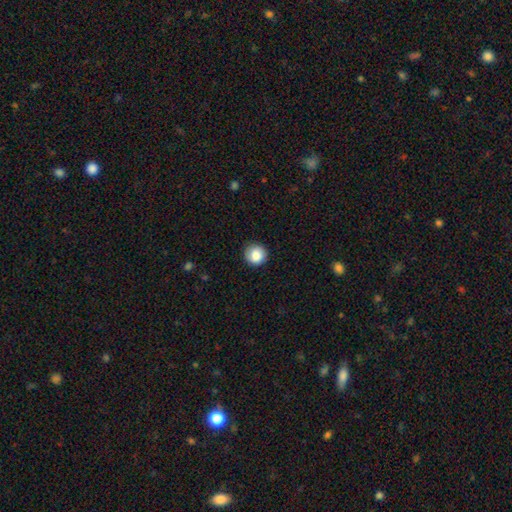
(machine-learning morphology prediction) Overall: smooth (85%). How rounded: round (93%). Merging: none (87%).